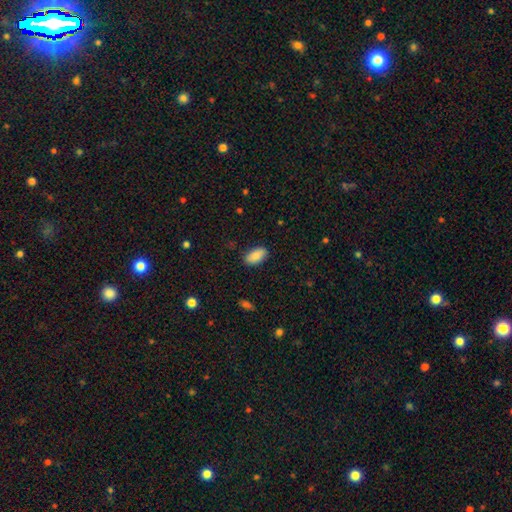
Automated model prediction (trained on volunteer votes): A smooth galaxy with no disk features (87%) that is in between round and cigar-shaped (94%).

Vote fractions:
- Smooth or featured? smooth: 87% / star or artifact: 7% / featured or disk: 6%
- How rounded? in between: 94% / cigar-shaped: 3% / round: 3%
- Merging? none: 87% / minor disturbance: 10% / major disturbance: 2% / merger: 1%